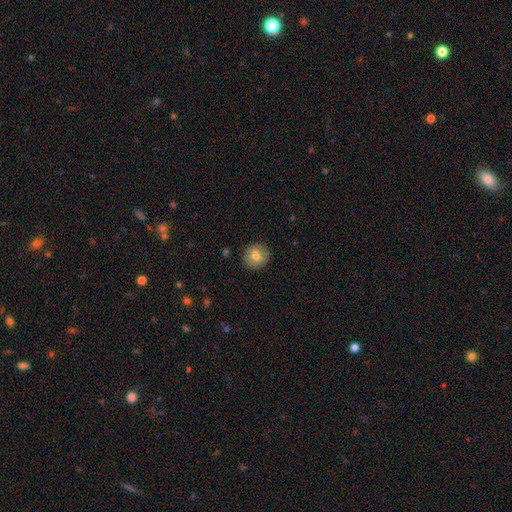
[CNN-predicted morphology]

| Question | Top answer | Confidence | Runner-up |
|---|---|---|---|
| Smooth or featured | smooth | 76% | featured or disk (16%) |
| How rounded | round | 89% | in between (10%) |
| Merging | none | 89% | minor disturbance (8%) |